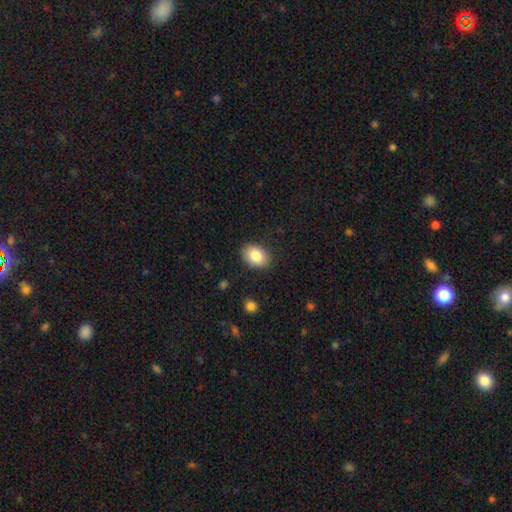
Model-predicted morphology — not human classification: This appears to be a smooth galaxy with no disk features (85%) that is in between round and cigar-shaped (77%). Merging: none (86%).